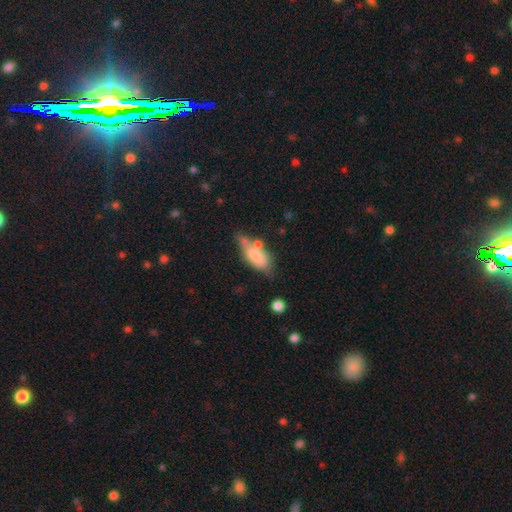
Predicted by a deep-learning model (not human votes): Overall: smooth (69%). How rounded: in between (75%). Merging: none (39%; minor disturbance 28%).